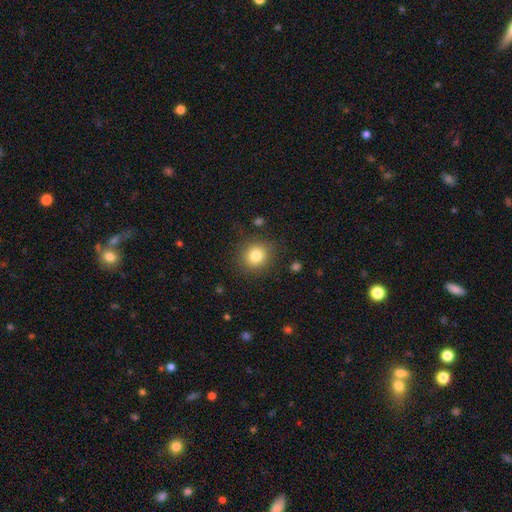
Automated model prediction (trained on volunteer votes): The model was most divided on "smooth or featured": smooth: 81%, star or artifact: 11%, featured or disk: 7%. More confident: how rounded — round (87%); merging — none (86%).